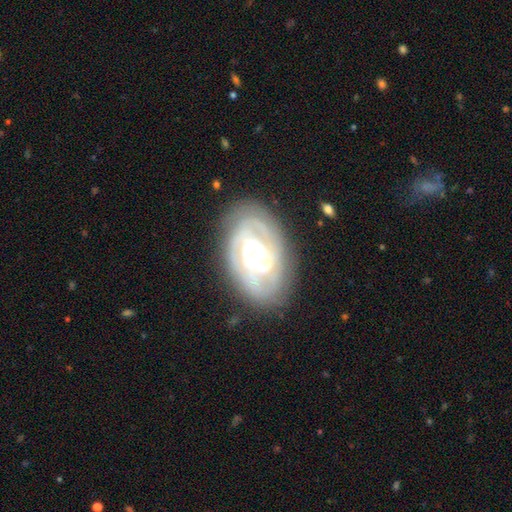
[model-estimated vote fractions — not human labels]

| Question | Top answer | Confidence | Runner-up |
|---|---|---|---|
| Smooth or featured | featured or disk | 86% | smooth (9%) |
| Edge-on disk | no | 96% | yes (4%) |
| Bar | no | 63% | weak (28%) |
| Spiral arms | yes | 94% | no (6%) |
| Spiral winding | tight | 70% | medium (25%) |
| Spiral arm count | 3 | 28% | 2 (27%) |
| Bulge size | moderate | 62% | small (28%) |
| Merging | none | 78% | minor disturbance (15%) |